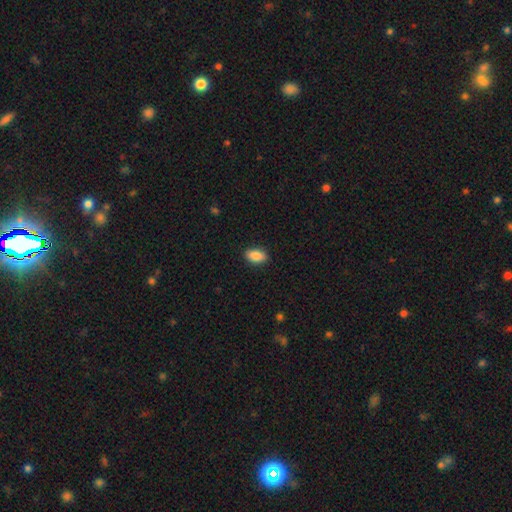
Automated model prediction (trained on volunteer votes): Q: Smooth or featured?
A: smooth (89%); runner-up: star or artifact (7%)
Q: How rounded?
A: in between (92%); runner-up: round (5%)
Q: Merging?
A: none (89%); runner-up: minor disturbance (8%)